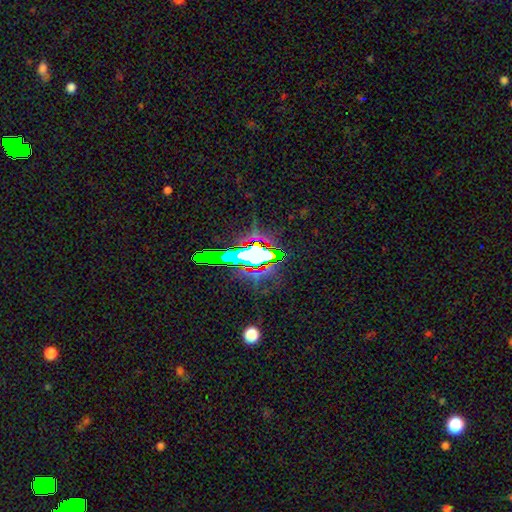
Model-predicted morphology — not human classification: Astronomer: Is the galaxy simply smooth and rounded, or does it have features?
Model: star or artifact — 60%.